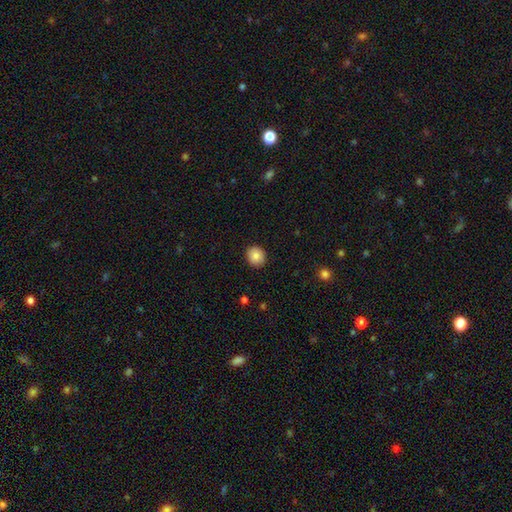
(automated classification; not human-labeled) Smooth or featured? smooth (84%)
How rounded? round (81%)
Merging? none (90%)